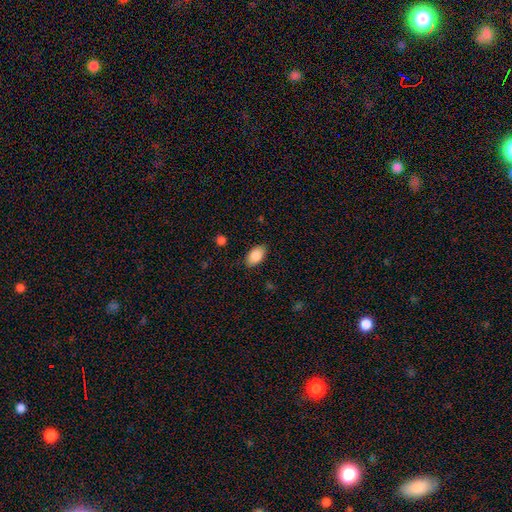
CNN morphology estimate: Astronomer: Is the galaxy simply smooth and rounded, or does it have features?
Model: smooth — 87%.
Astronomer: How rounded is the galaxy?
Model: in between — 93%.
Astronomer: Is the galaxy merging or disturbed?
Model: none — 86%.